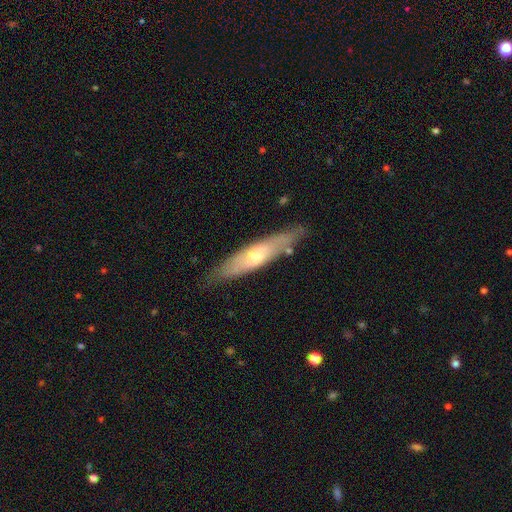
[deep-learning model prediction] smooth-or-featured: featured or disk: 48% | smooth: 46% | star or artifact: 6%
  merging: none: 78% | minor disturbance: 17% | major disturbance: 3% | merger: 2%